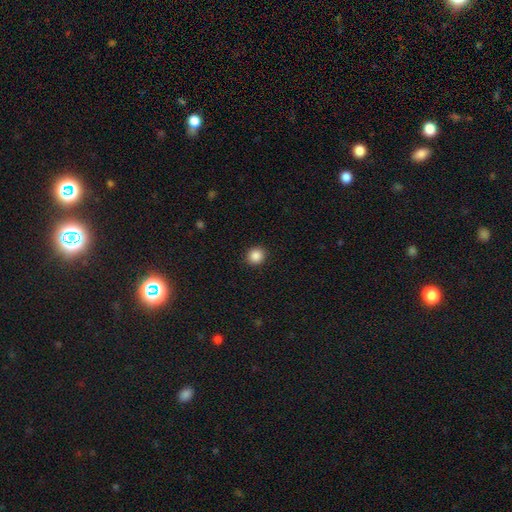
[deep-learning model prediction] This appears to be a smooth galaxy with no disk features (88%) that is round (88%). Merging: none (92%).